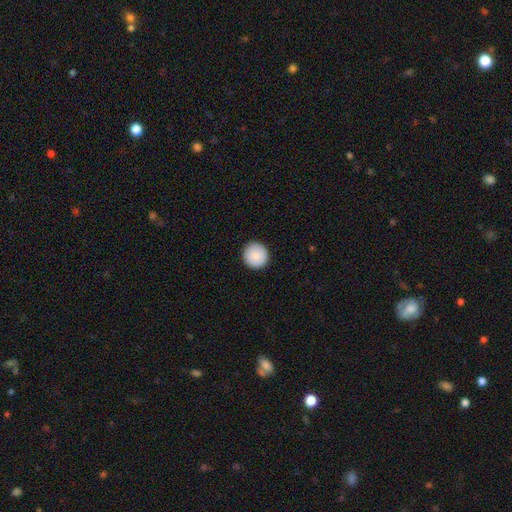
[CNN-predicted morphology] smooth 89%, star or artifact 7%, featured or disk 4%. Down the decision tree: how rounded — round (96%); merging — none (93%).